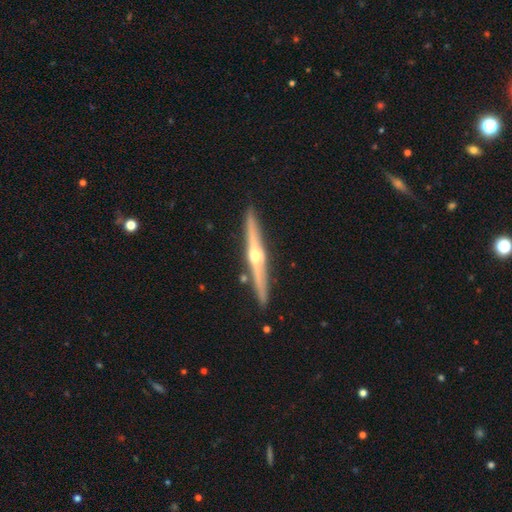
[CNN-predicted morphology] smooth_or_featured: featured or disk (p=0.79) [alt: smooth p=0.16]
disk_edge_on: yes (p=0.98) [alt: no p=0.02]
edge_on_bulge: rounded (p=0.93) [alt: none p=0.04]
merging: none (p=0.89) [alt: minor disturbance p=0.07]